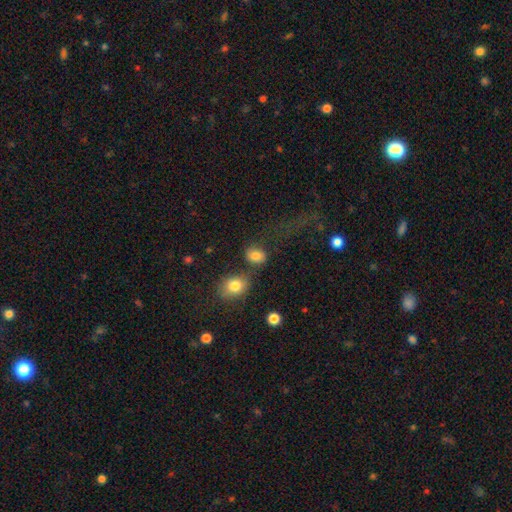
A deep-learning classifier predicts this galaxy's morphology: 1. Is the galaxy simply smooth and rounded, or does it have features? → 80% smooth, 11% star or artifact, 10% featured or disk.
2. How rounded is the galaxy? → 53% round, 46% in between, 1% cigar-shaped.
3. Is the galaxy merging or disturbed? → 54% none, 21% merger, 14% minor disturbance, 10% major disturbance.